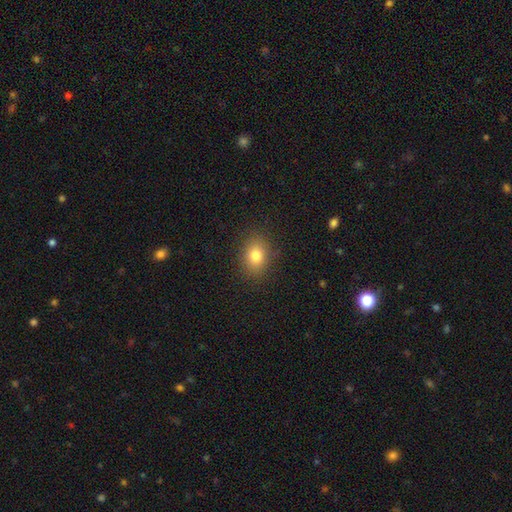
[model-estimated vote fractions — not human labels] Smooth or featured? Predicted: smooth (p=0.80). How rounded? Predicted: in between (p=0.59). Merging? Predicted: none (p=0.87).